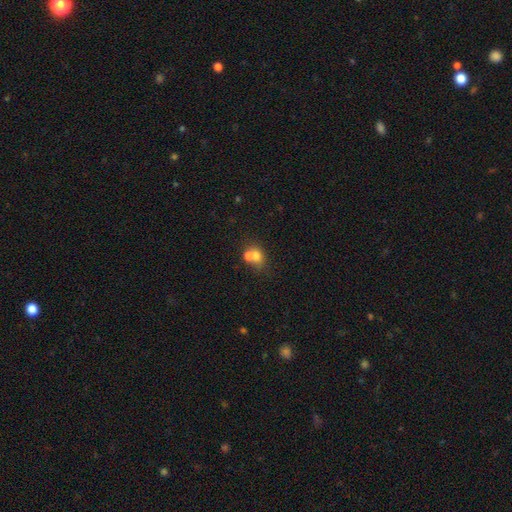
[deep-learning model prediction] Smooth or featured? Predicted: smooth (p=0.68). How rounded? Predicted: round (p=0.59). Merging? Predicted: merger (p=0.57).